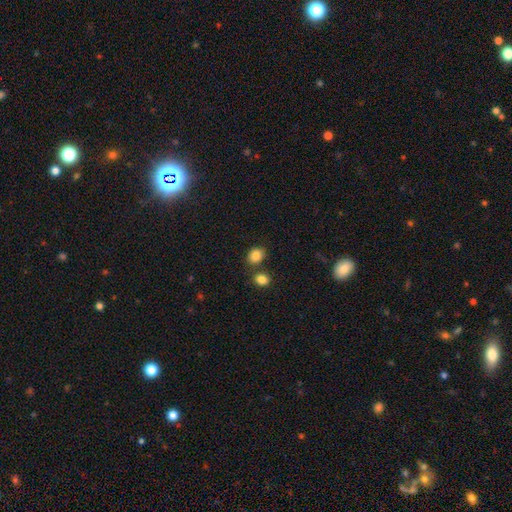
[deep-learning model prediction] smooth 85%, star or artifact 10%, featured or disk 5%. Down the decision tree: how rounded — round (51%); merging — none (73%).